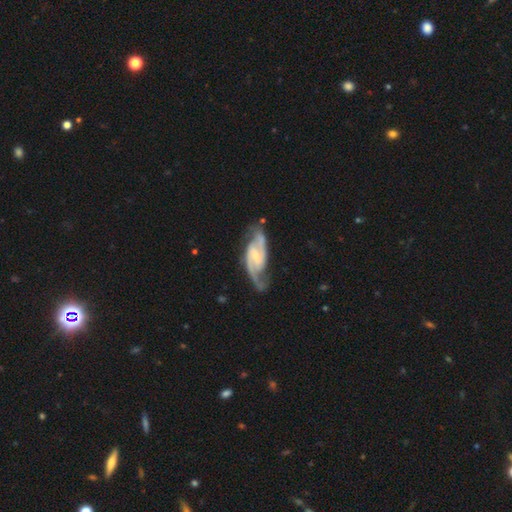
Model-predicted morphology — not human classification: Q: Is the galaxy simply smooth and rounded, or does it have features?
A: featured or disk — 91%.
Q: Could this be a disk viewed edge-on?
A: no — 96%.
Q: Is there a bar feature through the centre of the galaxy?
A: weak — 46%.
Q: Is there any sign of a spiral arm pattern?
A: yes — 98%.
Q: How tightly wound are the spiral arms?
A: medium — 57%.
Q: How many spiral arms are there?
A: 2 — 92%.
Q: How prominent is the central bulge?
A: small — 63%.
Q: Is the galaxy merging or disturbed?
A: none — 74%.